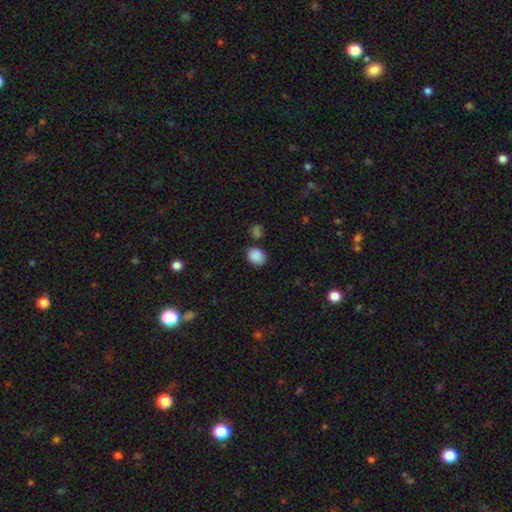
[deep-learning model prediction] Q: Smooth or featured?
A: smooth (87%); runner-up: star or artifact (9%)
Q: How rounded?
A: in between (50%); runner-up: round (49%)
Q: Merging?
A: none (73%); runner-up: minor disturbance (15%)